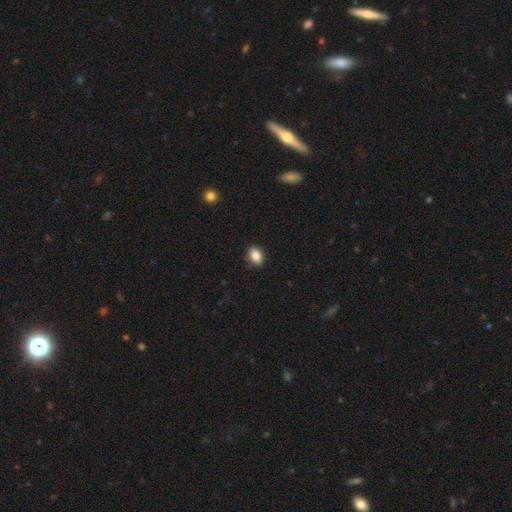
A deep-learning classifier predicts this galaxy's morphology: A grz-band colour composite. It shows a smooth galaxy with no disk features (85%) that is in between round and cigar-shaped (75%). Merging: none (88%).